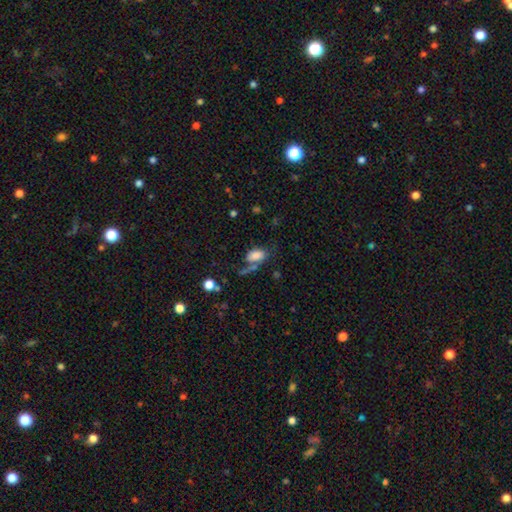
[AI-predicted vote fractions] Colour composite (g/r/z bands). It shows a smooth galaxy with no disk features (78%) that is in between round and cigar-shaped (90%). Merging: none (44%).